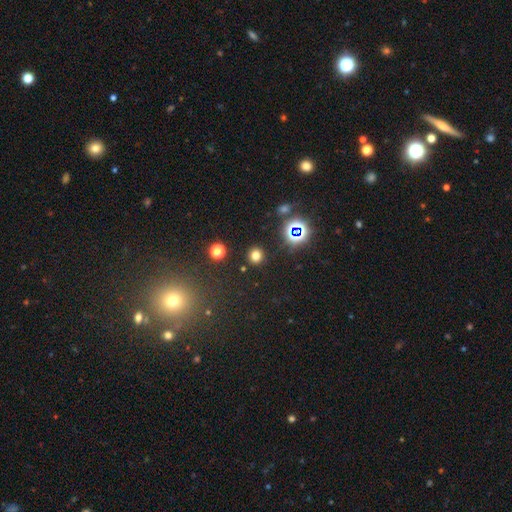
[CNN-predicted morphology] smooth_or_featured: smooth (p=0.72) [alt: star or artifact p=0.22]
how_rounded: round (p=0.87) [alt: in between p=0.12]
merging: none (p=0.89) [alt: minor disturbance p=0.06]